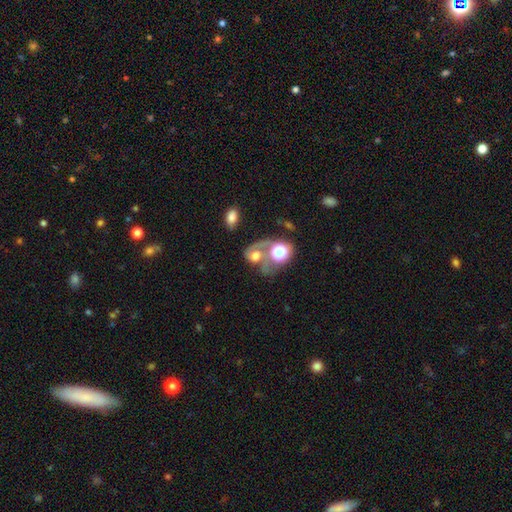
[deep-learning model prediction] Morphology: type=featured or disk (45%); merging=merger (42%).